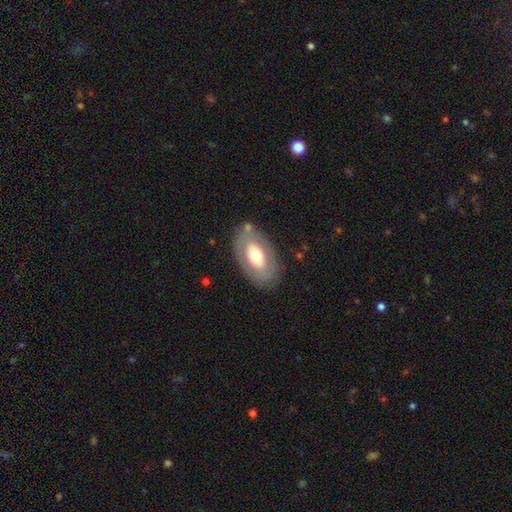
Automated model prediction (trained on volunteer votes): A smooth galaxy with no disk features (49%). Merging: none (78%).